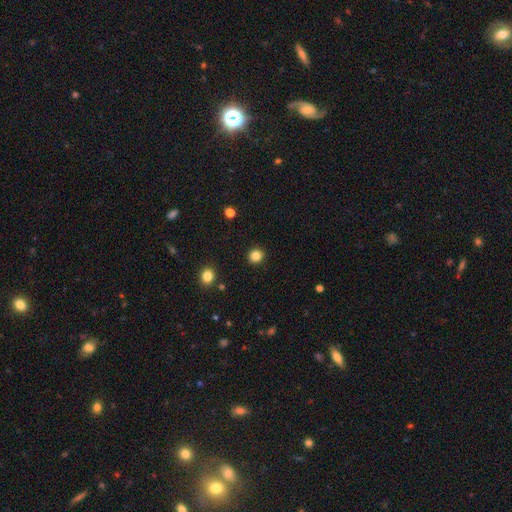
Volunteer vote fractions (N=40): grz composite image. It shows a smooth galaxy with no disk features (85%) that is round (97%). Merging: none (92%).